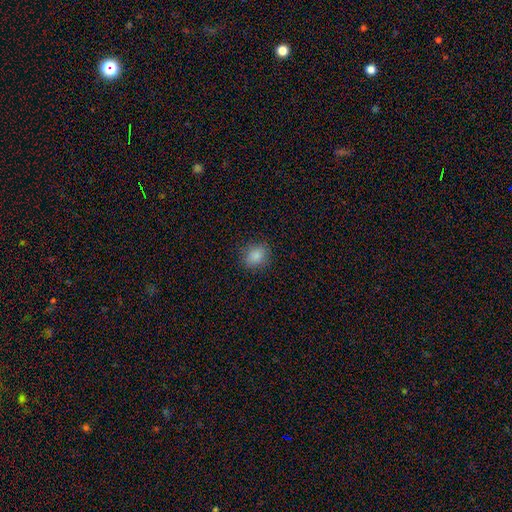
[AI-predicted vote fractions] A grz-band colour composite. It shows a smooth galaxy with no disk features (85%) that is round (56%). Merging: none (86%).